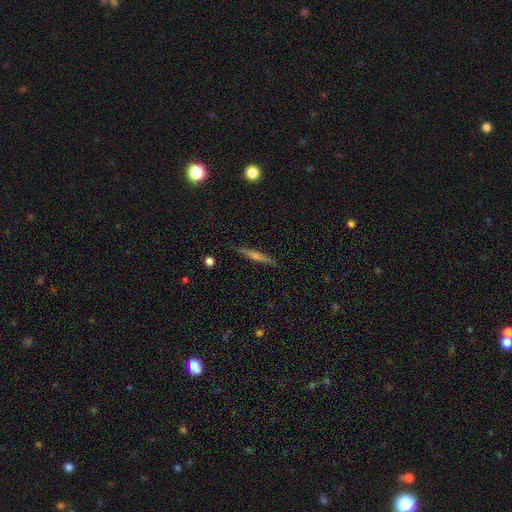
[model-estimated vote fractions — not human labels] smooth-or-featured: featured or disk: 57% | smooth: 35% | star or artifact: 8%
  disk-edge-on: yes: 97% | no: 3%
    edge-on-bulge: rounded: 59% | none: 33% | boxy: 8%
  merging: none: 89% | minor disturbance: 8% | major disturbance: 2% | merger: 1%